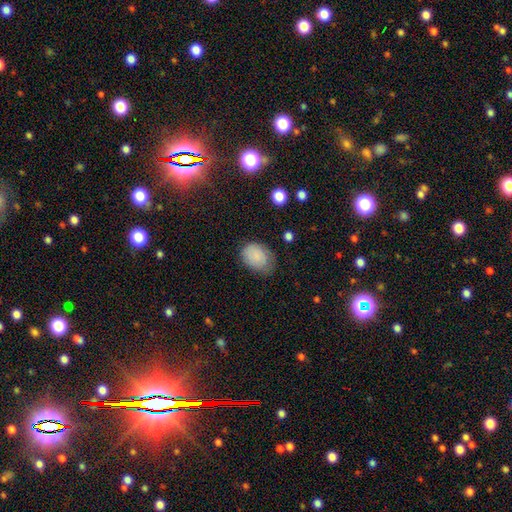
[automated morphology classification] smooth-or-featured: smooth: 81% | featured or disk: 11% | star or artifact: 8%
  how-rounded: in between: 76% | round: 23% | cigar-shaped: 1%
  merging: none: 58% | minor disturbance: 30% | major disturbance: 10% | merger: 2%